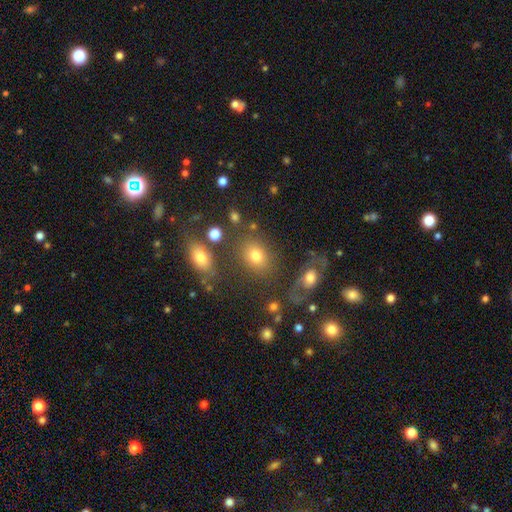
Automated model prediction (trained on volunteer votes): A smooth galaxy with no disk features (72%) that is in between round and cigar-shaped (59%). Merging: none (73%).